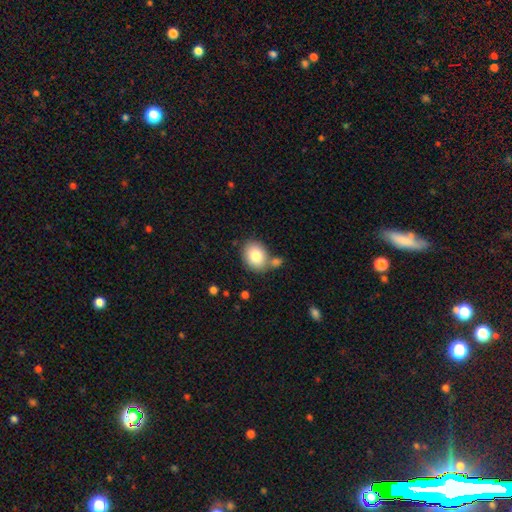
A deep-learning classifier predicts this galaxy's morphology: Q: Smooth or featured?
A: smooth (81%); runner-up: featured or disk (11%)
Q: How rounded?
A: round (53%); runner-up: in between (46%)
Q: Merging?
A: none (63%); runner-up: merger (19%)